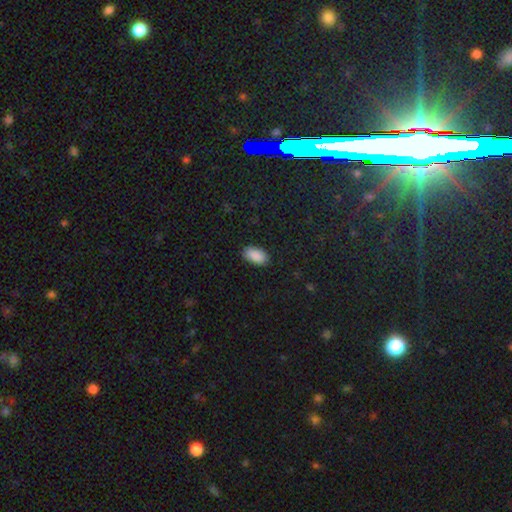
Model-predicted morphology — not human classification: Smooth or featured?
  - smooth: 90% *
  - star or artifact: 7%
  - featured or disk: 3%
How rounded?
  - in between: 95% *
  - round: 3%
  - cigar-shaped: 2%
Merging?
  - none: 88% *
  - minor disturbance: 9%
  - major disturbance: 2%
  - merger: 1%